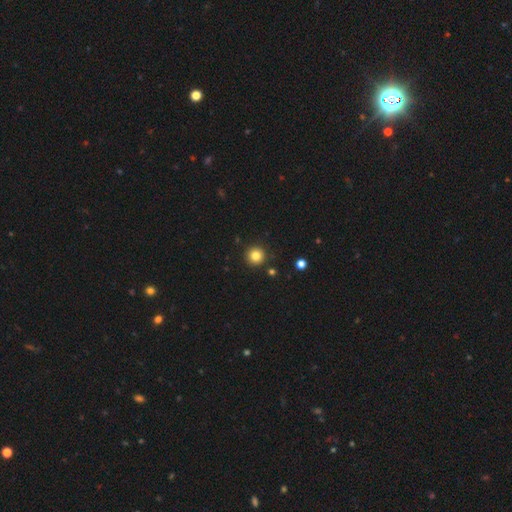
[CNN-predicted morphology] A smooth galaxy with no disk features (82%) that is round (95%).

Vote fractions:
- Smooth or featured? smooth: 82% / star or artifact: 12% / featured or disk: 6%
- How rounded? round: 95% / in between: 4% / cigar-shaped: 1%
- Merging? none: 91% / minor disturbance: 5% / merger: 2% / major disturbance: 2%